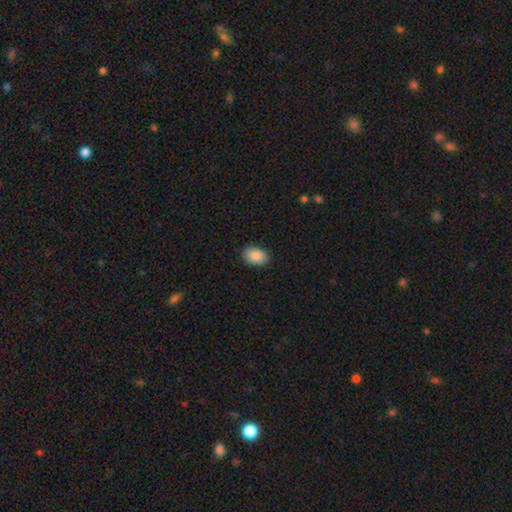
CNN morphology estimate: Overall: smooth (89%). How rounded: in between (87%). Merging: none (89%).